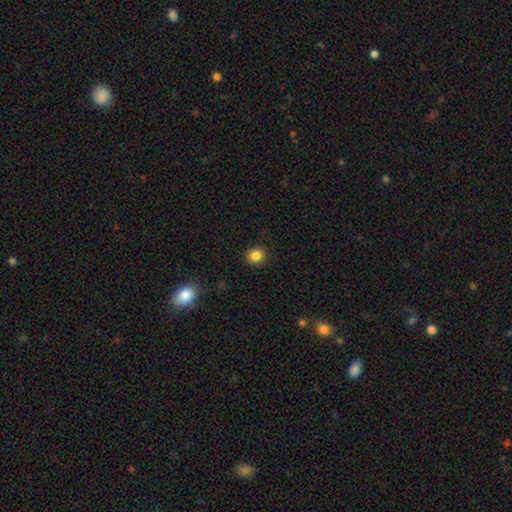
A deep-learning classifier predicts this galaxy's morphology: This is clearly a smooth galaxy (84%). How rounded: clearly round (83%). Merging: clearly none (90%).